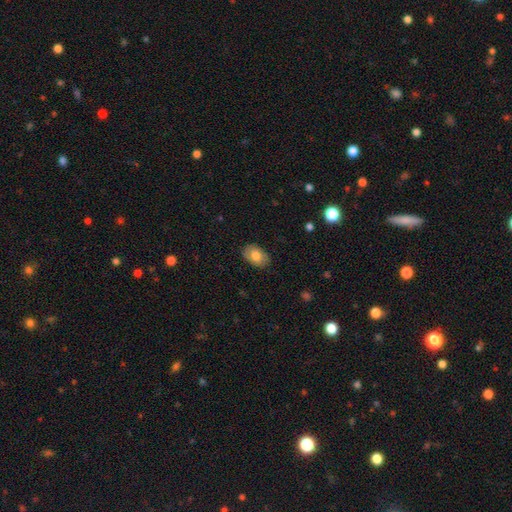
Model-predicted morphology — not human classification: A smooth galaxy with no disk features (75%) that is in between round and cigar-shaped (87%). Merging: none (83%).